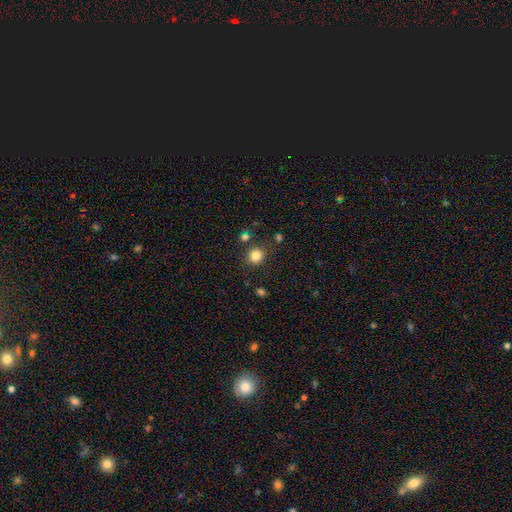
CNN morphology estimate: smooth 83%, star or artifact 12%, featured or disk 5%. Down the decision tree: how rounded — round (83%); merging — none (82%).